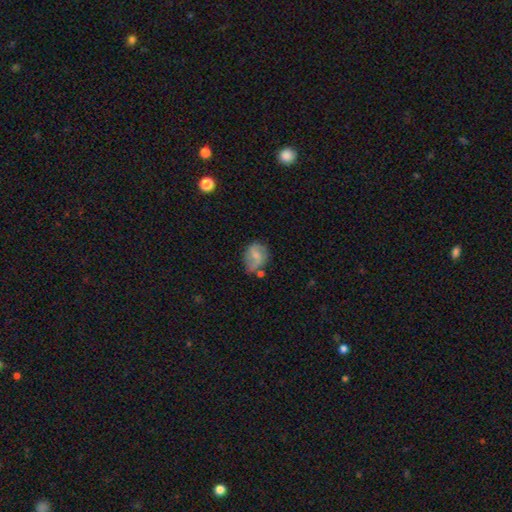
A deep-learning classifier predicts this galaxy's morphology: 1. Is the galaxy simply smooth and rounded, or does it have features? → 49% smooth, 42% featured or disk, 8% star or artifact.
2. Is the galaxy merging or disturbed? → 47% none, 31% minor disturbance, 12% major disturbance, 10% merger.